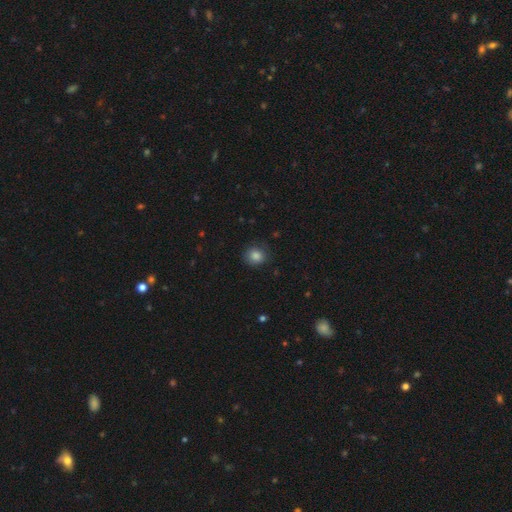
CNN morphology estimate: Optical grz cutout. It shows a smooth galaxy with no disk features (84%) that is round (81%). Merging: none (81%).